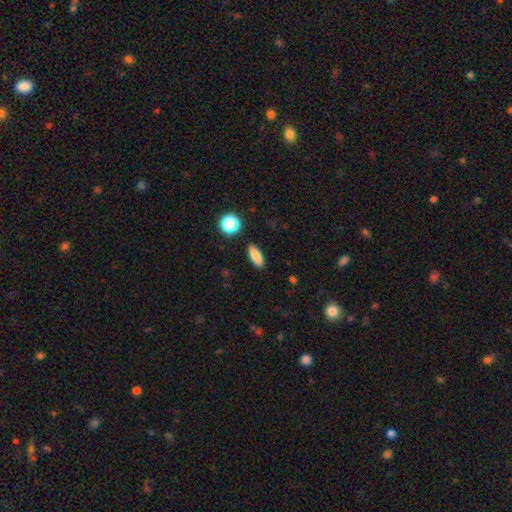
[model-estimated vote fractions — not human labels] This appears to be a smooth galaxy with no disk features (84%) that is in between round and cigar-shaped (71%). Merging: none (89%).